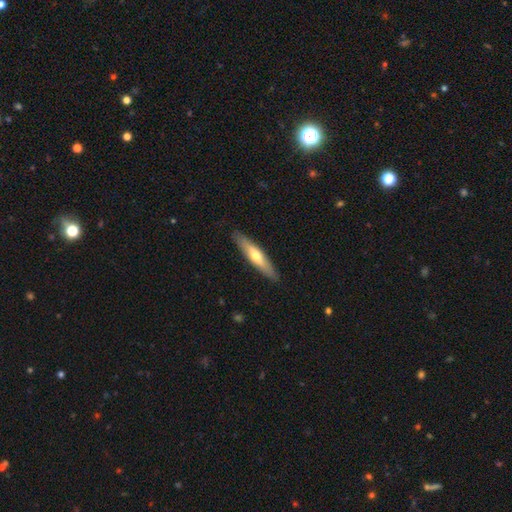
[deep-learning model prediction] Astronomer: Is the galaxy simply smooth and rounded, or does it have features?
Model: smooth — 50% (runner-up: featured or disk, 45%).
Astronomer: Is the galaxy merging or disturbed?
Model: none — 89%.